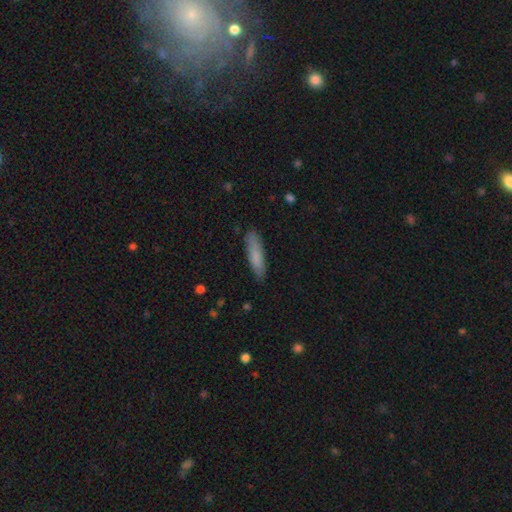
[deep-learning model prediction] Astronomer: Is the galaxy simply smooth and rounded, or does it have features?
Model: smooth — 81%.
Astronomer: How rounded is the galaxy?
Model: cigar-shaped — 77%.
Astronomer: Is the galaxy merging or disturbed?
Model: none — 85%.